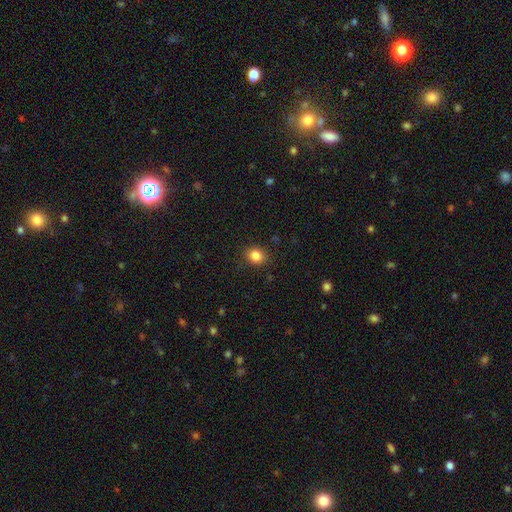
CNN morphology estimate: A smooth galaxy with no disk features (84%) that is round (70%). Merging: none (88%).